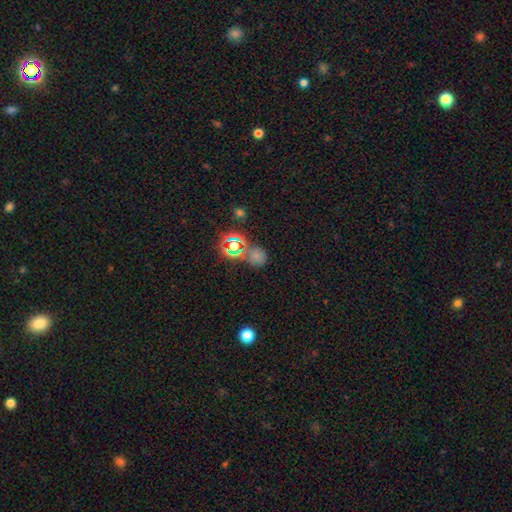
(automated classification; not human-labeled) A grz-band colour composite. It shows a smooth galaxy with no disk features (56%) that is round (79%). Merging: none (60%).